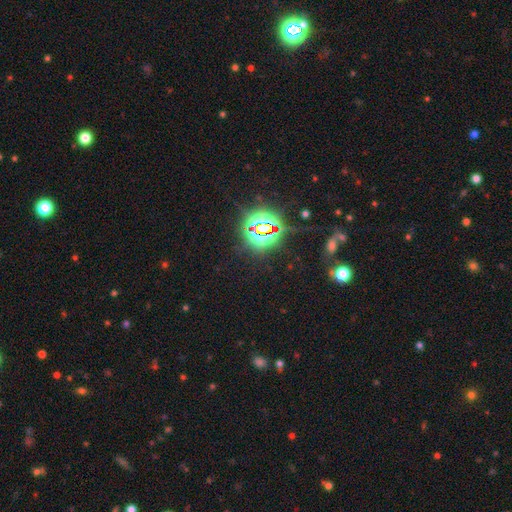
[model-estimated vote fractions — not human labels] The model was most divided on "smooth or featured": star or artifact: 78%, smooth: 16%, featured or disk: 6%.